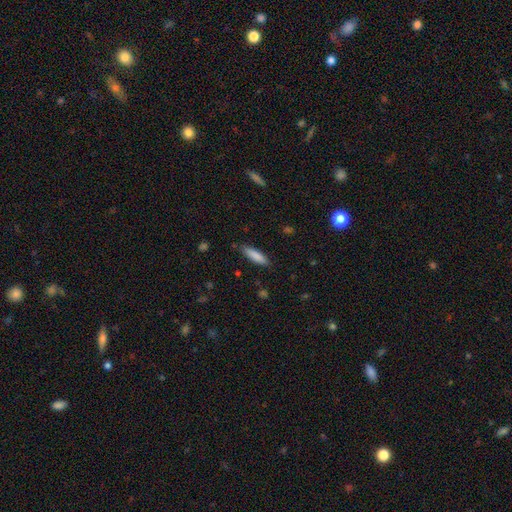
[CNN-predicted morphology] type=smooth (85%); roundness=cigar-shaped (65%); merging=none (85%).